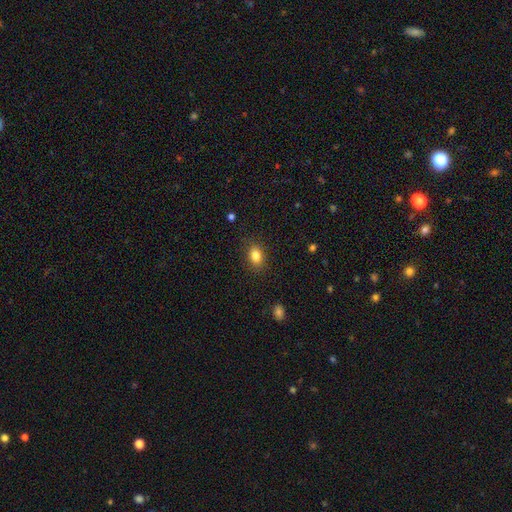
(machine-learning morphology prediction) A smooth galaxy with no disk features (83%) that is in between round and cigar-shaped (70%).

Vote fractions:
- Smooth or featured? smooth: 83% / star or artifact: 10% / featured or disk: 6%
- How rounded? in between: 70% / round: 29% / cigar-shaped: 1%
- Merging? none: 86% / minor disturbance: 10% / major disturbance: 3% / merger: 1%